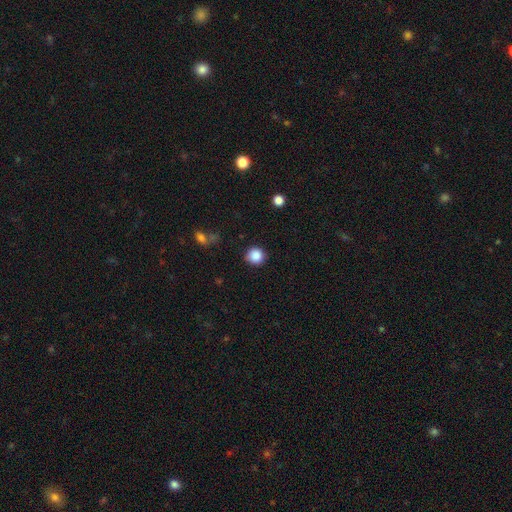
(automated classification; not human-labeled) This is clearly a smooth galaxy (87%). How rounded: clearly round (93%). Merging: clearly none (88%).